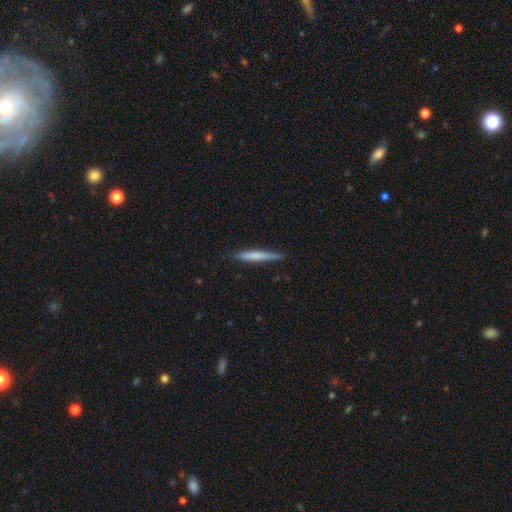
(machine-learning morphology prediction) Smooth or featured? smooth (67%)
How rounded? cigar-shaped (95%)
Merging? none (86%)